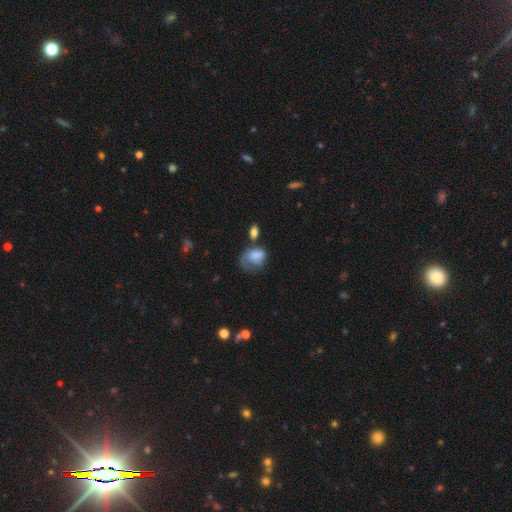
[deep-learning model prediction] A smooth galaxy with no disk features (73%) that is in between round and cigar-shaped (63%). Merging: major disturbance (35%).